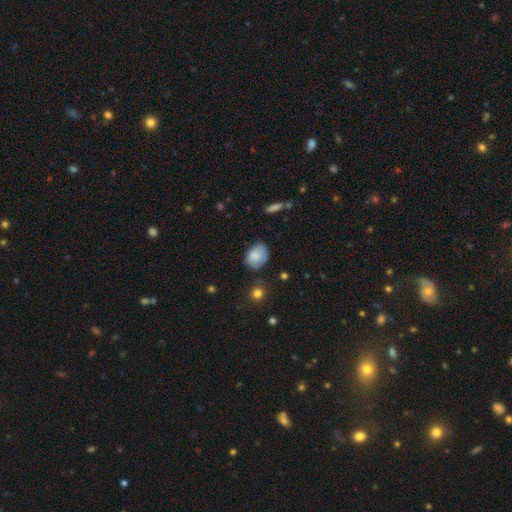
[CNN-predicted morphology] Overall: smooth (81%). How rounded: in between (72%). Merging: none (62%; minor disturbance 29%).